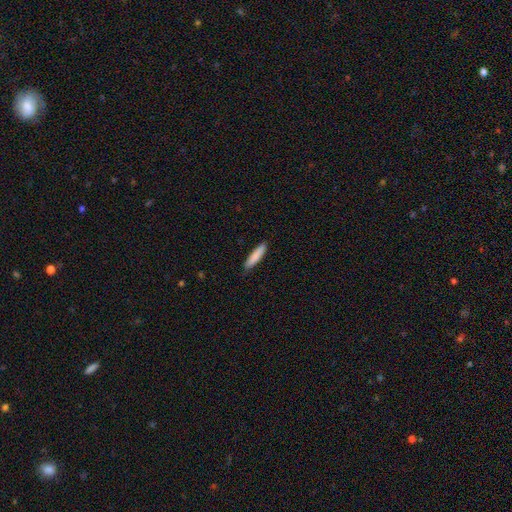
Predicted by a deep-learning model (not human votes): Overall: smooth (84%). How rounded: cigar-shaped (84%). Merging: none (88%).